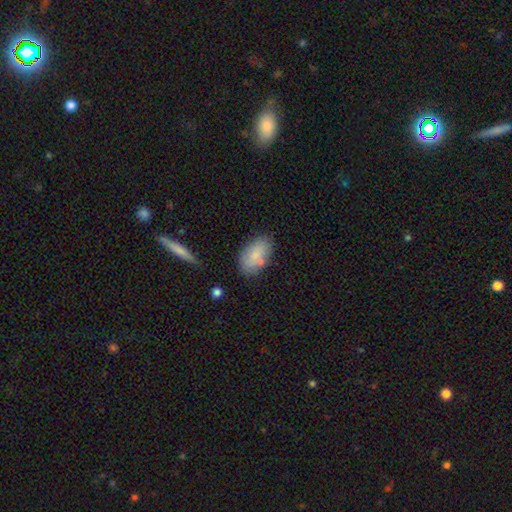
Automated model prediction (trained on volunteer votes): smooth-or-featured: smooth: 81% | featured or disk: 12% | star or artifact: 7%
  how-rounded: in between: 93% | round: 4% | cigar-shaped: 3%
  merging: none: 71% | minor disturbance: 17% | merger: 8% | major disturbance: 4%